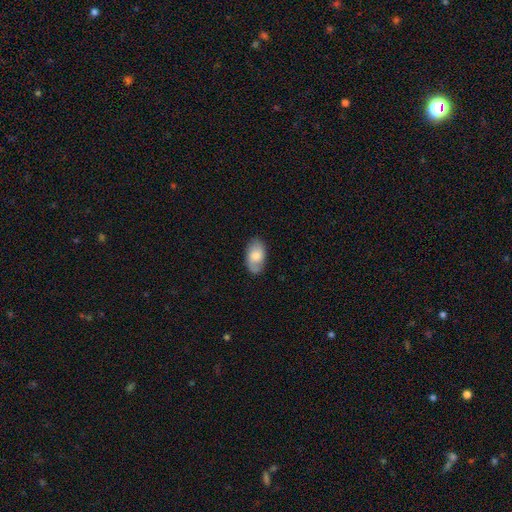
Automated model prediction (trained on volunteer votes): Smooth or featured: smooth — 64% (featured or disk — 29%)
How rounded: in between — 94% (round — 4%)
Merging: none — 78% (minor disturbance — 17%)